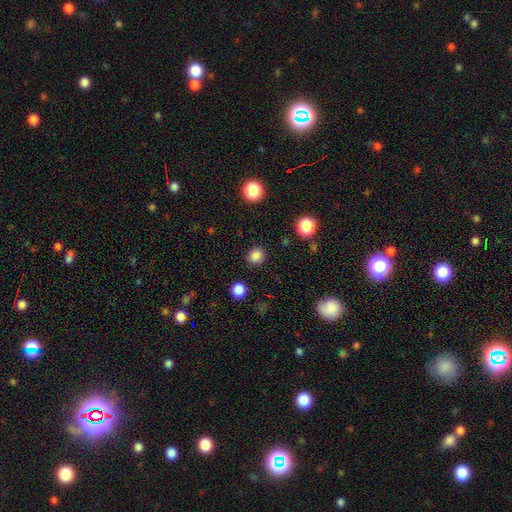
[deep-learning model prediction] Smooth or featured? smooth (84%)
How rounded? round (81%)
Merging? none (89%)